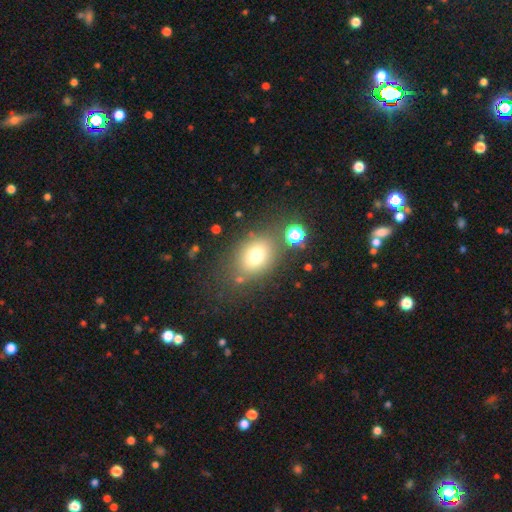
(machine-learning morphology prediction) Overall: smooth (73%). How rounded: in between (61%; round 38%). Merging: none (71%).